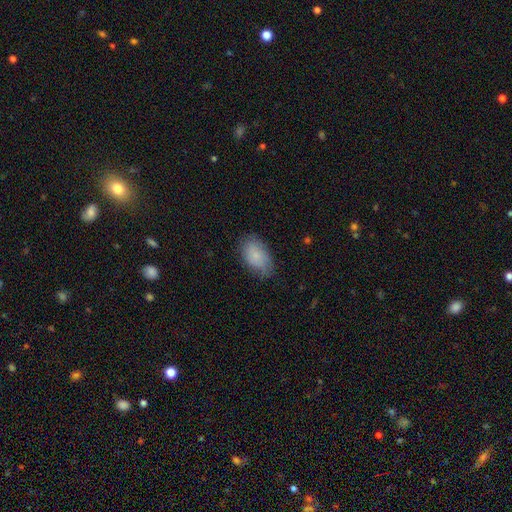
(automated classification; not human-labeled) Morphology: type=smooth (78%); roundness=in between (92%); merging=none (68%).